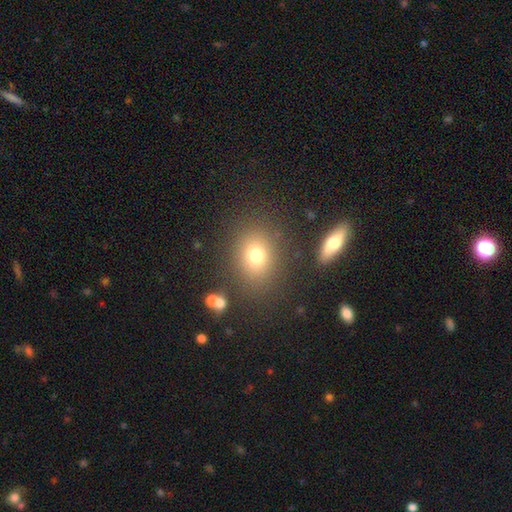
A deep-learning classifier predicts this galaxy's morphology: smooth 76%, star or artifact 13%, featured or disk 11%. Down the decision tree: how rounded — round (50%); merging — none (81%).